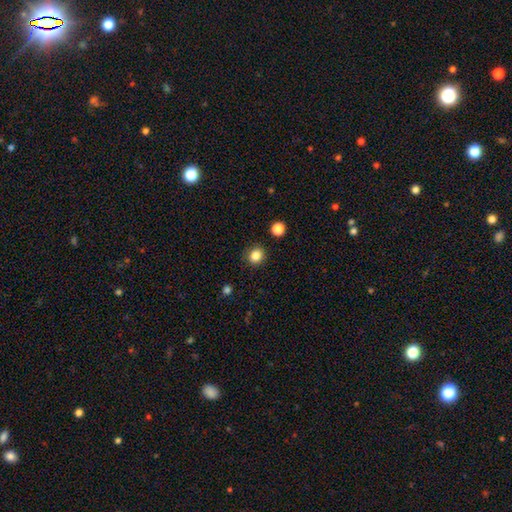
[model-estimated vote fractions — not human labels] Smooth or featured? smooth (84%)
How rounded? round (78%)
Merging? none (88%)